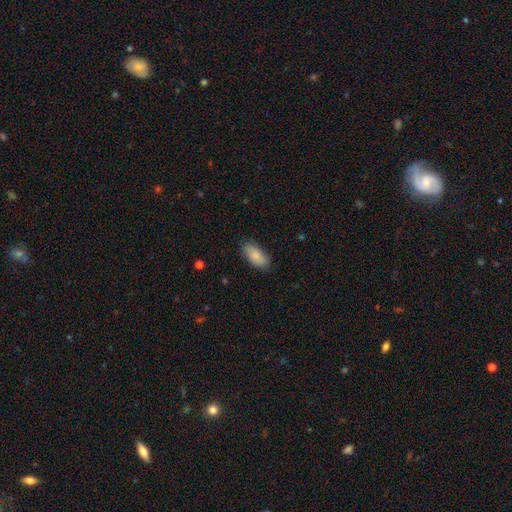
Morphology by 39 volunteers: Volunteers were most divided on "merging": none: 67%, minor disturbance: 25%, major disturbance: 8%, merger: 0%. More confident: how rounded — in between (100%); smooth or featured — smooth (82%).